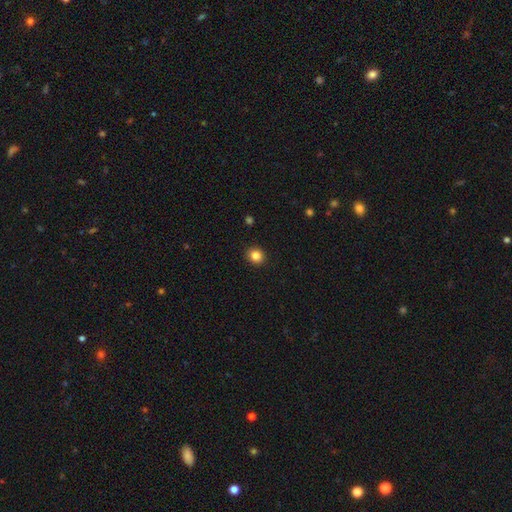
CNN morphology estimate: A smooth galaxy with no disk features (84%) that is round (83%).

Vote fractions:
- Smooth or featured? smooth: 84% / star or artifact: 11% / featured or disk: 5%
- How rounded? round: 83% / in between: 16% / cigar-shaped: 1%
- Merging? none: 92% / minor disturbance: 5% / major disturbance: 2% / merger: 1%